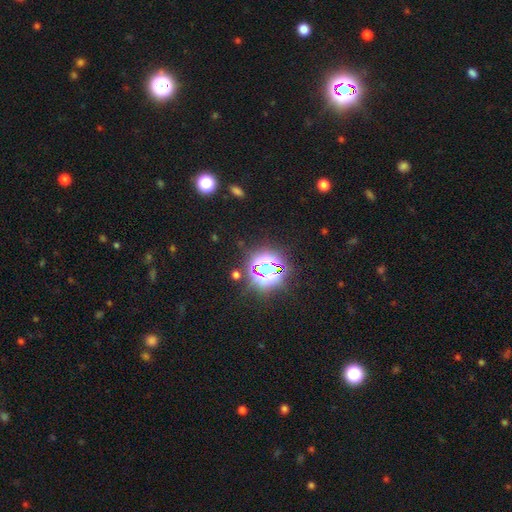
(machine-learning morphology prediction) Smooth or featured?
  - star or artifact: 75% *
  - smooth: 16%
  - featured or disk: 8%